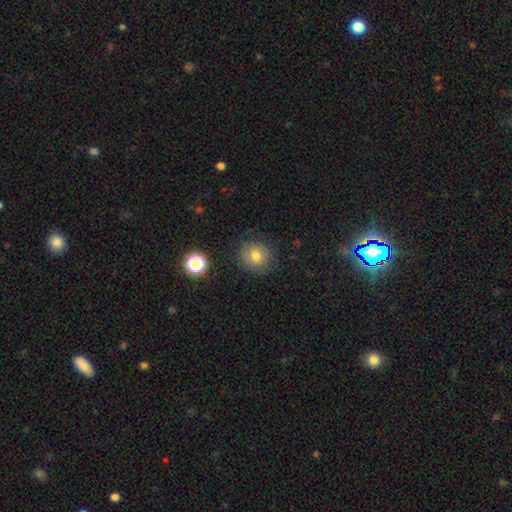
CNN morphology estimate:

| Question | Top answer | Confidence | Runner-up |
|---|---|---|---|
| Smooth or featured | smooth | 74% | star or artifact (13%) |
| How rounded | round | 81% | in between (18%) |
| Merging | none | 81% | minor disturbance (13%) |